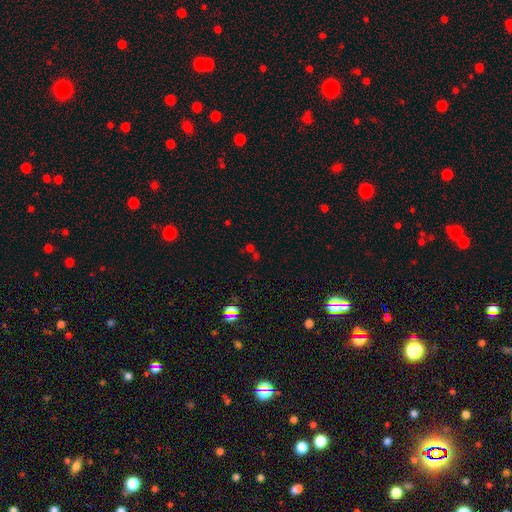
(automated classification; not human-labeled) A star or artifact, not a galaxy (54%).

Vote fractions:
- Smooth or featured? star or artifact: 54% / smooth: 34% / featured or disk: 11%